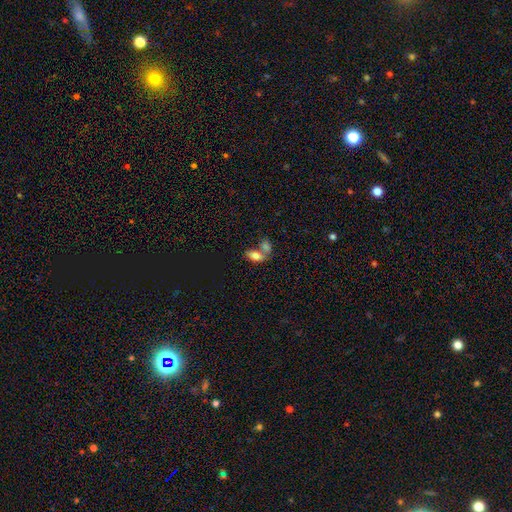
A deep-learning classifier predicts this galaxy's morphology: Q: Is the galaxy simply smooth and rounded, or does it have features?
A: smooth — 79%.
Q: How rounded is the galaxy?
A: in between — 90%.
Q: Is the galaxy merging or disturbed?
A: merger — 53%.